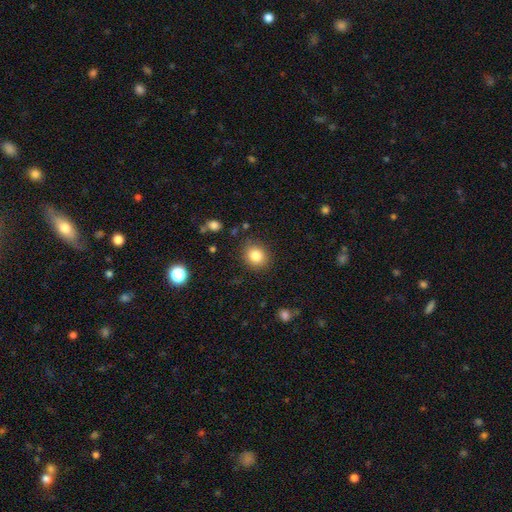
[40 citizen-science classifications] Overall: smooth (85%). How rounded: round (59%; in between 41%). Merging: none (97%).